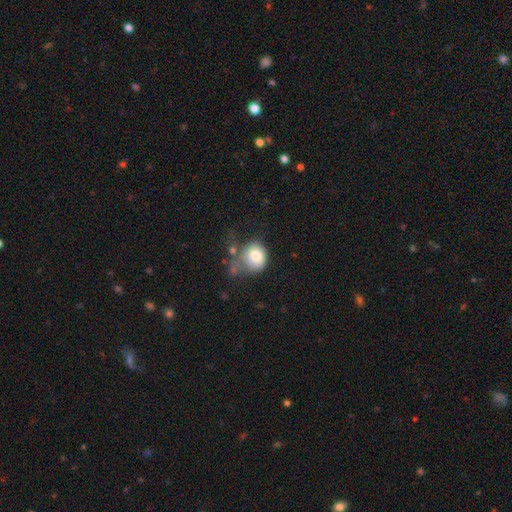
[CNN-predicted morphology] Q: Smooth or featured?
A: smooth (75%); runner-up: featured or disk (16%)
Q: How rounded?
A: round (70%); runner-up: in between (29%)
Q: Merging?
A: none (32%); runner-up: minor disturbance (27%)